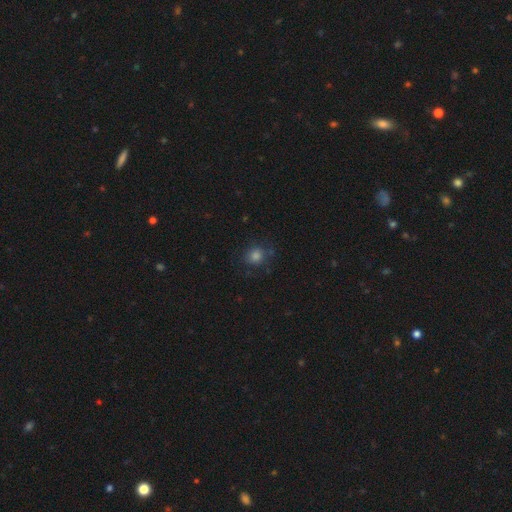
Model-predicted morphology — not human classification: Q: Smooth or featured?
A: smooth (76%); runner-up: star or artifact (16%)
Q: How rounded?
A: round (81%); runner-up: in between (18%)
Q: Merging?
A: none (77%); runner-up: minor disturbance (15%)